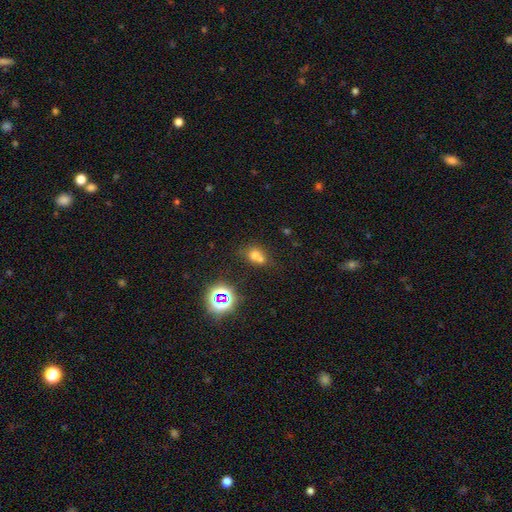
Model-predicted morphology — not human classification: A smooth galaxy with no disk features (62%) that is round (68%). Merging: merger (49%).